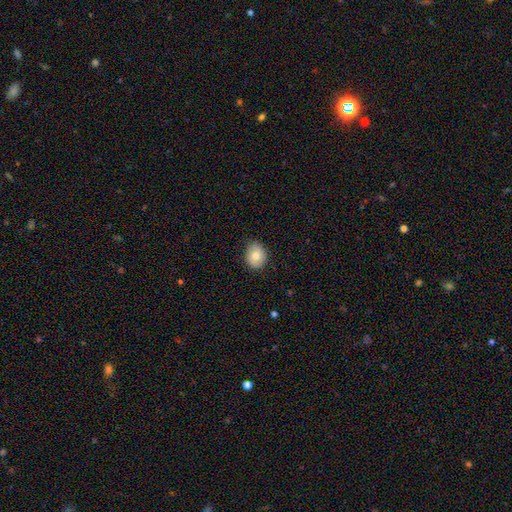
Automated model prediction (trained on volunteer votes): A smooth galaxy with no disk features (79%) that is in between round and cigar-shaped (56%).

Vote fractions:
- Smooth or featured? smooth: 79% / featured or disk: 14% / star or artifact: 8%
- How rounded? in between: 56% / round: 43% / cigar-shaped: 1%
- Merging? none: 82% / minor disturbance: 14% / major disturbance: 2% / merger: 1%